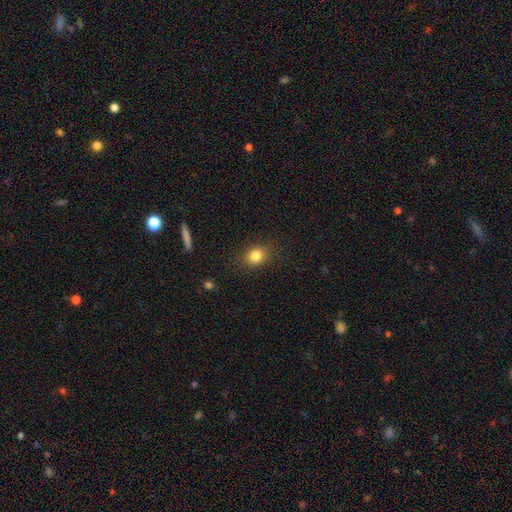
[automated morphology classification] Overall: smooth (83%). How rounded: round (51%; in between 48%). Merging: none (85%).